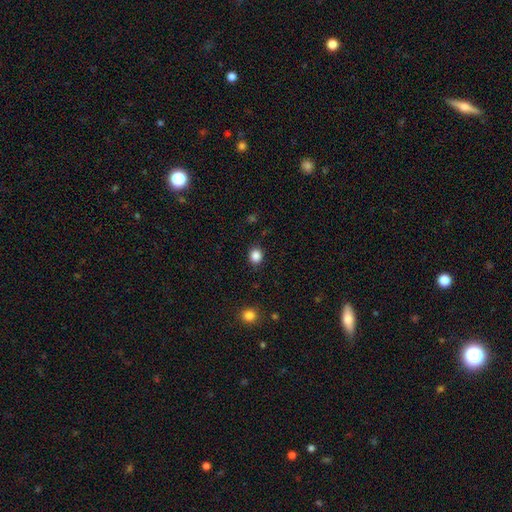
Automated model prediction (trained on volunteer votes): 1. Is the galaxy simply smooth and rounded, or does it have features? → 86% smooth, 11% star or artifact, 3% featured or disk.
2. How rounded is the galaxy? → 67% round, 32% in between, 1% cigar-shaped.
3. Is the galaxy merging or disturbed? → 88% none, 8% minor disturbance, 2% major disturbance, 1% merger.